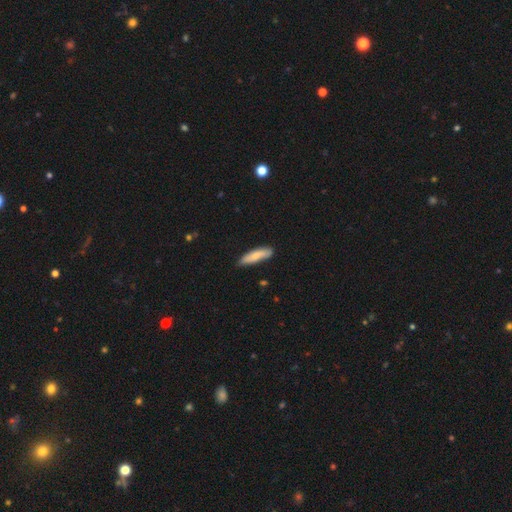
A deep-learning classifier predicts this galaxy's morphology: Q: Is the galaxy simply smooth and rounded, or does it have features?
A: smooth — 72%.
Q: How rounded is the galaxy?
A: cigar-shaped — 64%.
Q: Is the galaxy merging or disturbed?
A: none — 75%.